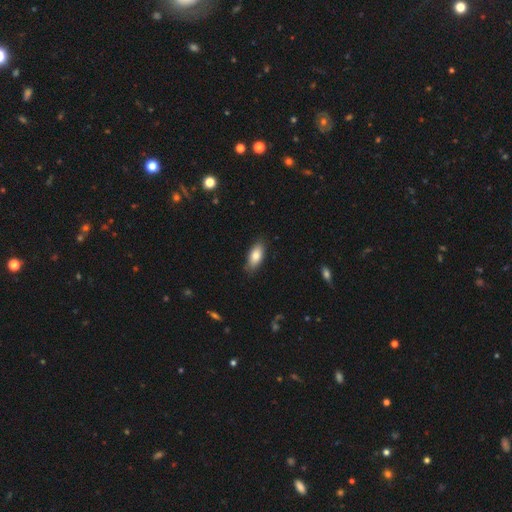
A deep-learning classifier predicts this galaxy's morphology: Smooth or featured: smooth — 82% (featured or disk — 12%)
How rounded: in between — 86% (cigar-shaped — 12%)
Merging: none — 83% (minor disturbance — 13%)